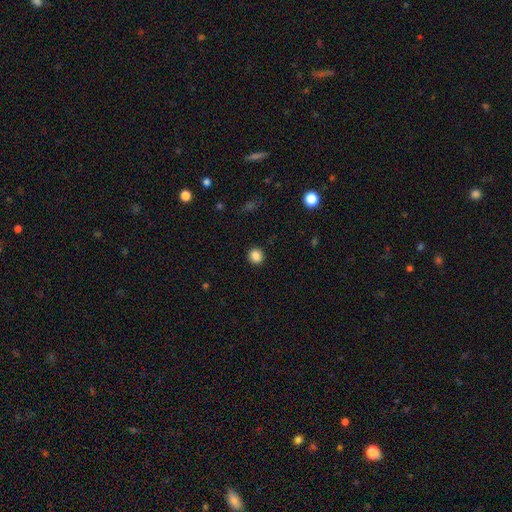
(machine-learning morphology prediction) smooth-or-featured: smooth: 86% | star or artifact: 11% | featured or disk: 4%
  how-rounded: round: 91% | in between: 8% | cigar-shaped: 1%
  merging: none: 92% | minor disturbance: 5% | major disturbance: 2% | merger: 1%